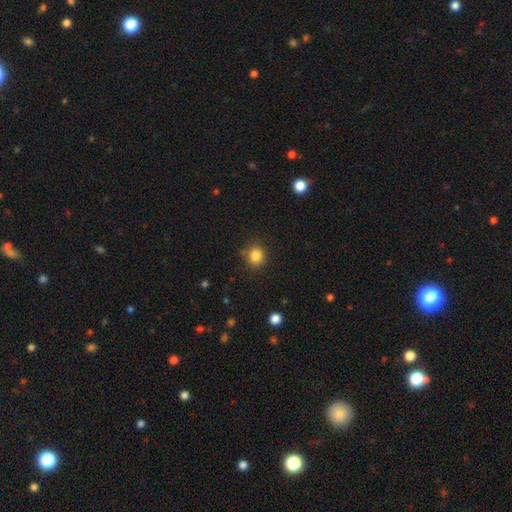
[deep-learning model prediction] A smooth galaxy with no disk features (84%) that is round (90%). Merging: none (84%).